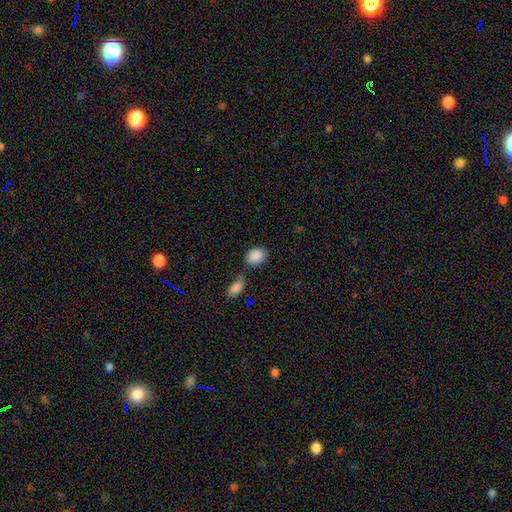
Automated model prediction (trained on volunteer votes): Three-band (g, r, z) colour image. It shows a smooth galaxy with no disk features (88%) that is in between round and cigar-shaped (65%). Merging: none (62%).